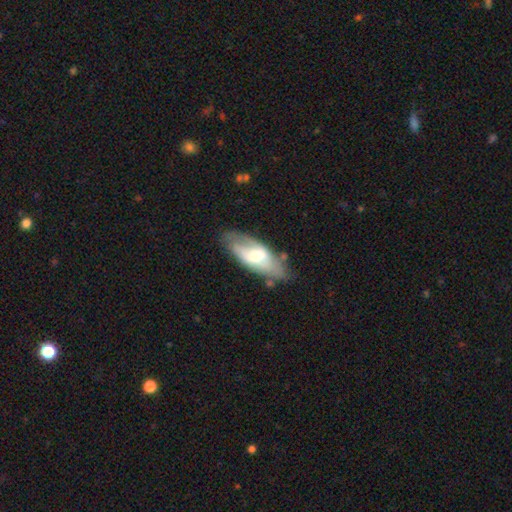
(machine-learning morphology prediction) Smooth or featured? featured or disk (55%)
Edge-on disk? no (79%)
Merging? none (66%)